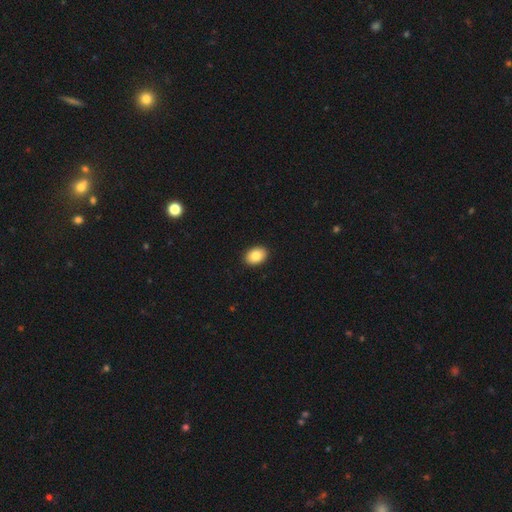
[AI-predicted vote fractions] Smooth or featured? Predicted: smooth (p=0.85). How rounded? Predicted: in between (p=0.78). Merging? Predicted: none (p=0.92).